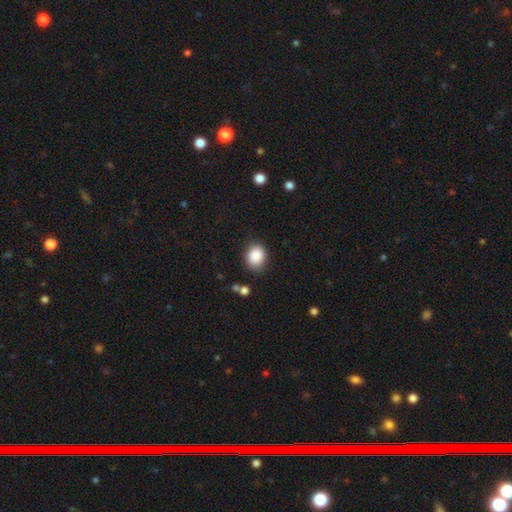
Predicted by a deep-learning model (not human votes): smooth_or_featured: smooth (p=0.88) [alt: star or artifact p=0.08]
how_rounded: in between (p=0.52) [alt: round p=0.47]
merging: none (p=0.78) [alt: minor disturbance p=0.16]